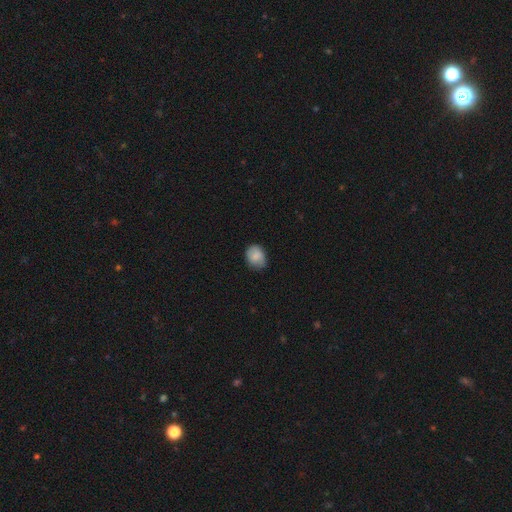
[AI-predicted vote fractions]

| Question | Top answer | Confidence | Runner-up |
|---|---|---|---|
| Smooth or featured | smooth | 83% | featured or disk (9%) |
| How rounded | round | 52% | in between (47%) |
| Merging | none | 73% | minor disturbance (22%) |